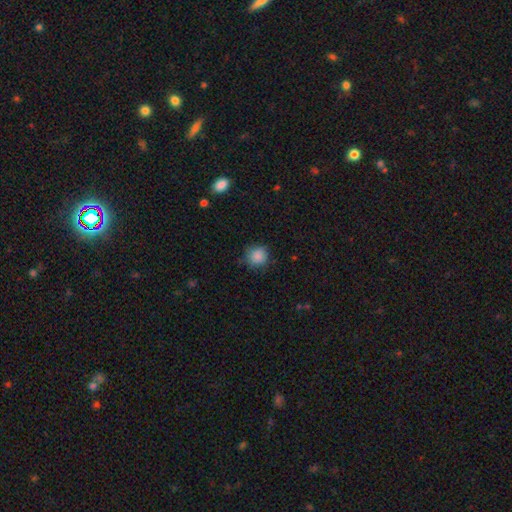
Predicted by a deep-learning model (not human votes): This appears to be a smooth galaxy with no disk features (85%) that is round (89%). Merging: none (78%).